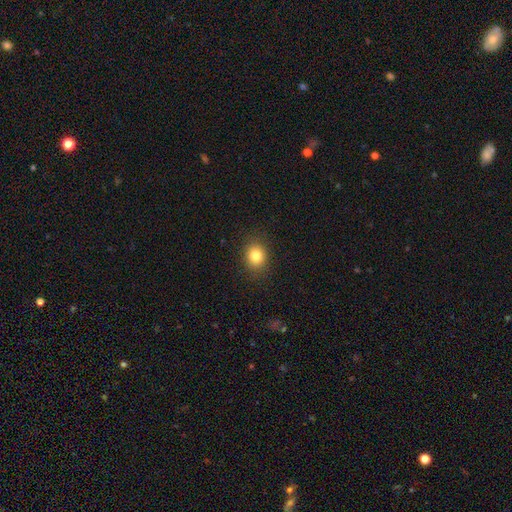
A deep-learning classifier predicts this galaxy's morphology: Smooth or featured?
  - smooth: 81% *
  - star or artifact: 11%
  - featured or disk: 7%
How rounded?
  - round: 66% *
  - in between: 34%
  - cigar-shaped: 1%
Merging?
  - none: 88% *
  - minor disturbance: 8%
  - major disturbance: 3%
  - merger: 1%